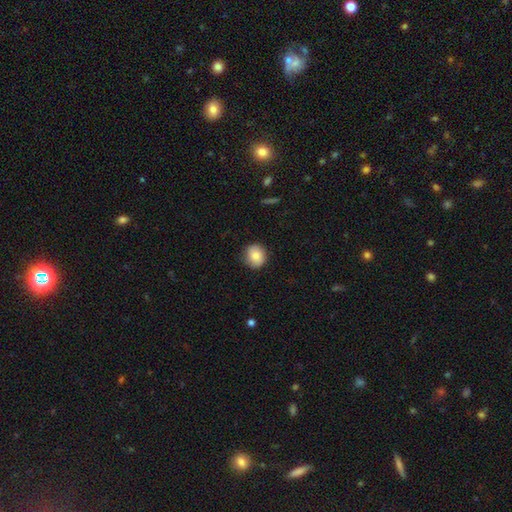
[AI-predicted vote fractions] A smooth galaxy with no disk features (81%) that is round (81%).

Vote fractions:
- Smooth or featured? smooth: 81% / featured or disk: 11% / star or artifact: 8%
- How rounded? round: 81% / in between: 18% / cigar-shaped: 1%
- Merging? none: 84% / minor disturbance: 12% / major disturbance: 3% / merger: 1%